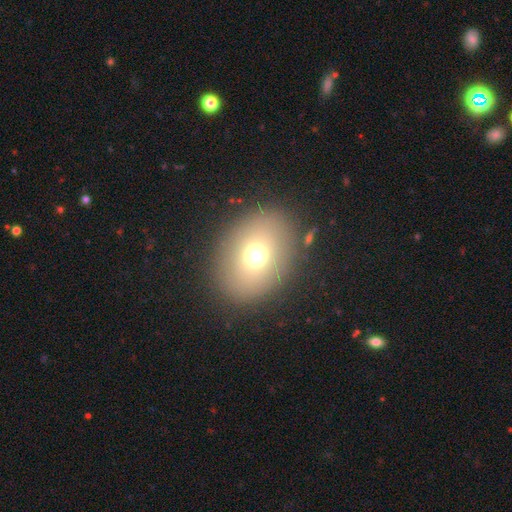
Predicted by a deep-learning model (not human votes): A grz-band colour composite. It shows a smooth galaxy with no disk features (69%) that is in between round and cigar-shaped (55%). Merging: none (85%).